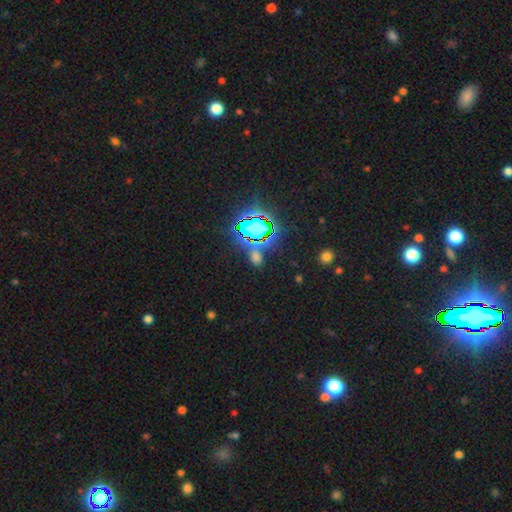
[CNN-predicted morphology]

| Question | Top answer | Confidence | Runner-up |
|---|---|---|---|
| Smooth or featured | star or artifact | 57% | smooth (34%) |